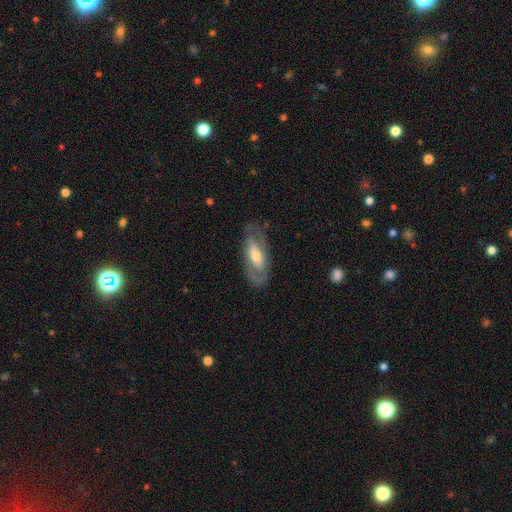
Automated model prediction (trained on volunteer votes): featured or disk 71%, smooth 23%, star or artifact 6%. Down the decision tree: edge-on disk — no (87%); bar — no (38%); spiral arms — yes (72%); bulge size — moderate (58%); merging — none (76%).